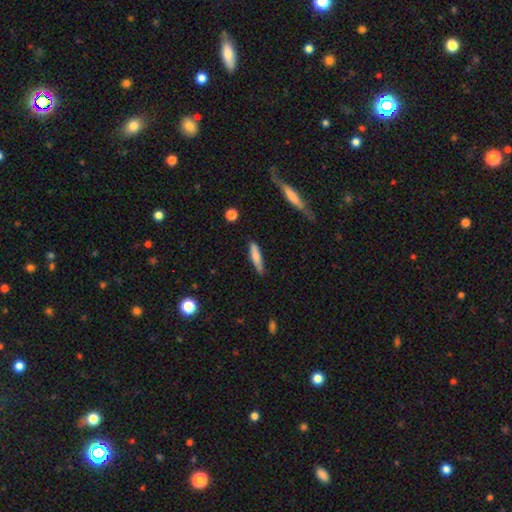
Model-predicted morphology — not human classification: type=smooth (73%); roundness=cigar-shaped (82%); merging=none (79%).